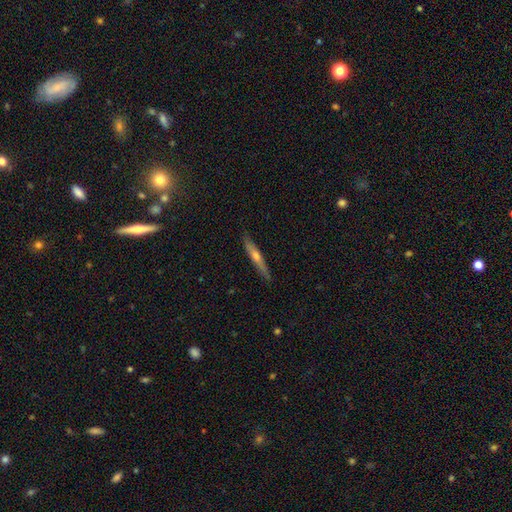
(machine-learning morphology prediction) smooth_or_featured: featured or disk (p=0.59) [alt: smooth p=0.35]
disk_edge_on: yes (p=0.96) [alt: no p=0.04]
edge_on_bulge: rounded (p=0.77) [alt: none p=0.19]
merging: none (p=0.88) [alt: minor disturbance p=0.09]